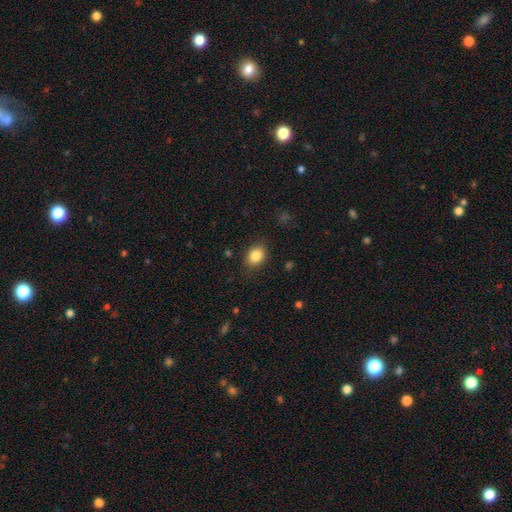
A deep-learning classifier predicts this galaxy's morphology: This appears to be a smooth galaxy with no disk features (84%) that is in between round and cigar-shaped (50%). Merging: none (84%).